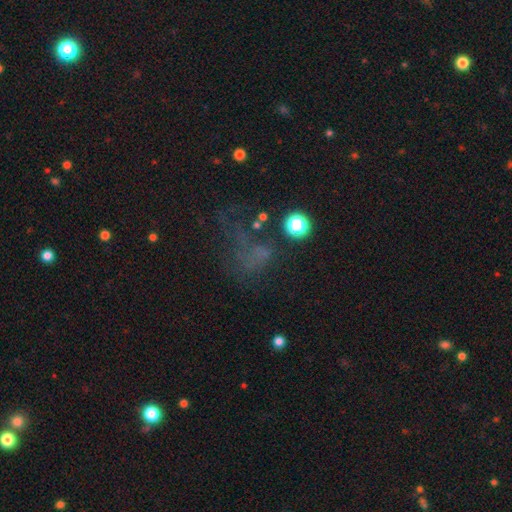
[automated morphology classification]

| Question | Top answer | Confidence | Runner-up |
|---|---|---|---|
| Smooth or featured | star or artifact | 40% | smooth (35%) |